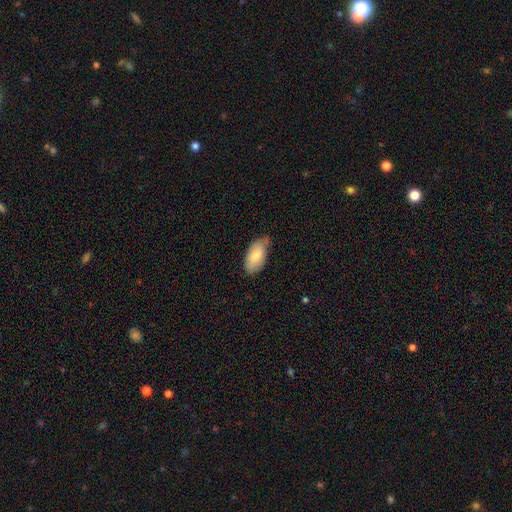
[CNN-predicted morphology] smooth-or-featured: smooth: 79% | featured or disk: 15% | star or artifact: 6%
  how-rounded: in between: 93% | cigar-shaped: 4% | round: 2%
  merging: none: 62% | minor disturbance: 32% | major disturbance: 5% | merger: 1%